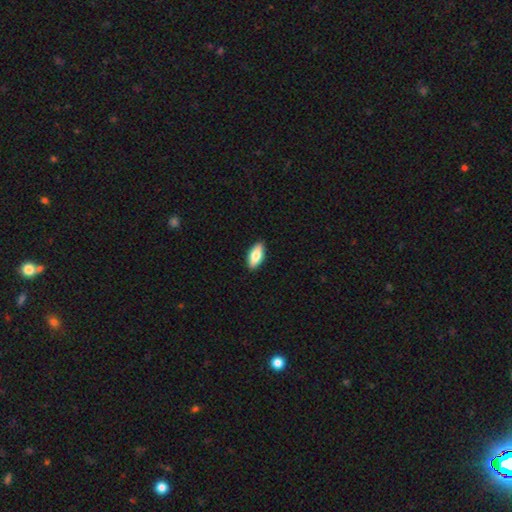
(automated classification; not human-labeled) The model was most divided on "smooth or featured": smooth: 77%, featured or disk: 18%, star or artifact: 6%. More confident: merging — none (90%); how rounded — in between (84%).